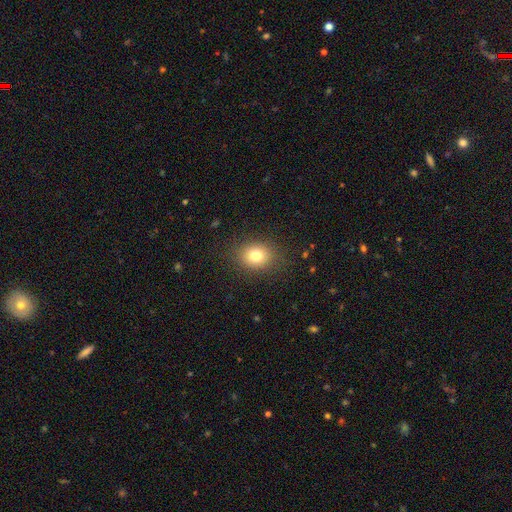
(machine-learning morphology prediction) smooth-or-featured: smooth: 78% | star or artifact: 12% | featured or disk: 10%
  how-rounded: round: 54% | in between: 45% | cigar-shaped: 1%
  merging: none: 86% | minor disturbance: 10% | major disturbance: 4% | merger: 1%